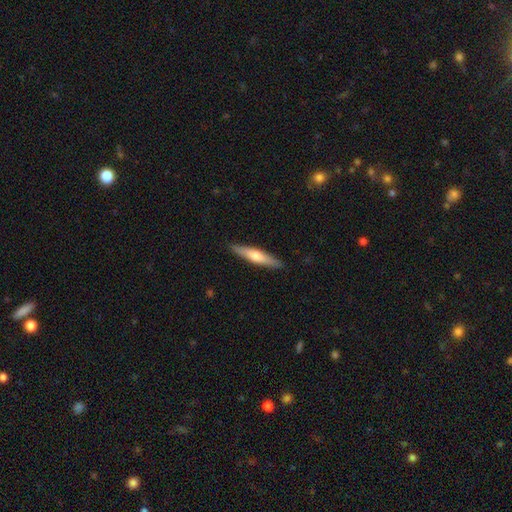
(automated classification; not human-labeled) Q: Smooth or featured?
A: smooth (52%); runner-up: featured or disk (43%)
Q: How rounded?
A: cigar-shaped (87%); runner-up: in between (11%)
Q: Merging?
A: none (90%); runner-up: minor disturbance (8%)